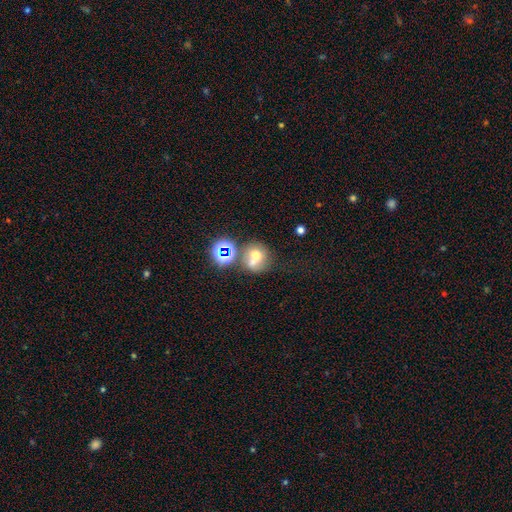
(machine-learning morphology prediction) Smooth or featured? smooth (61%)
How rounded? round (81%)
Merging? none (43%)